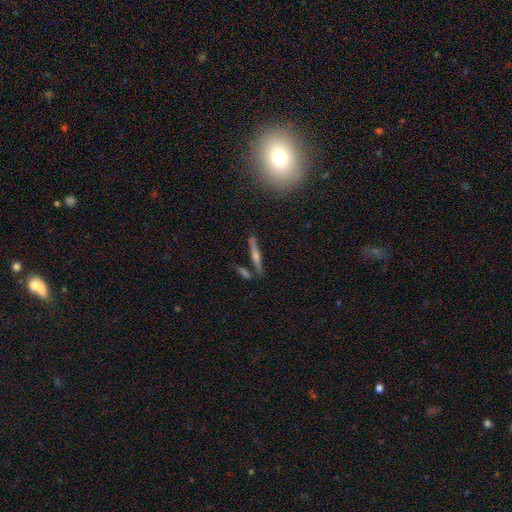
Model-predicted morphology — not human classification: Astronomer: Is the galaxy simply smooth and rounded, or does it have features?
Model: featured or disk — 66%.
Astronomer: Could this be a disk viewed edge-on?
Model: yes — 96%.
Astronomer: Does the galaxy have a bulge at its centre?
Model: rounded — 87%.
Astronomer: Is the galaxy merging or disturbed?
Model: none — 82%.